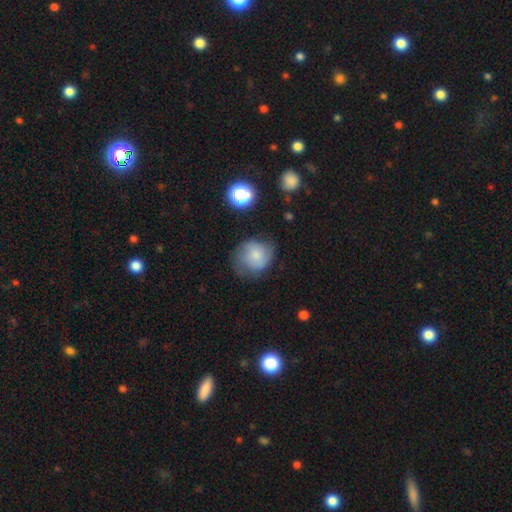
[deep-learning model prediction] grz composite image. It shows a smooth galaxy with no disk features (67%) that is round (76%). Merging: none (50%).